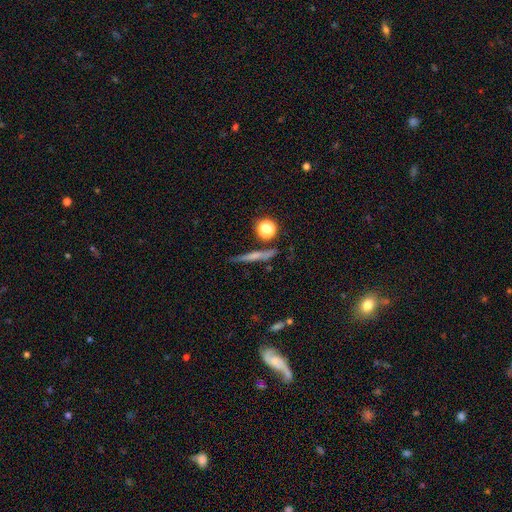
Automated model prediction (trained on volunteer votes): smooth_or_featured: featured or disk (p=0.46) [alt: smooth p=0.43]
merging: none (p=0.83) [alt: minor disturbance p=0.10]